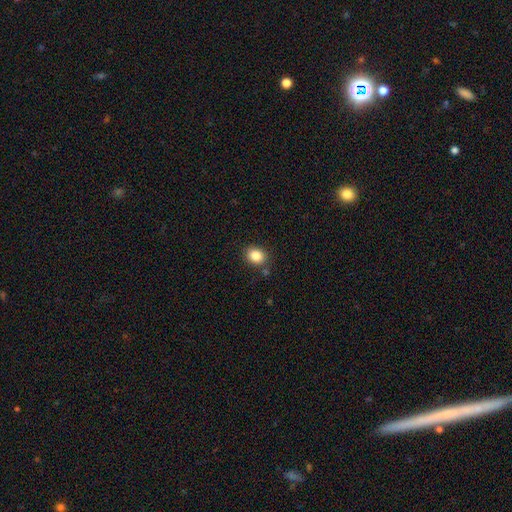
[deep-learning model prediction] Morphology: type=smooth (86%); roundness=round (51%); merging=none (83%).